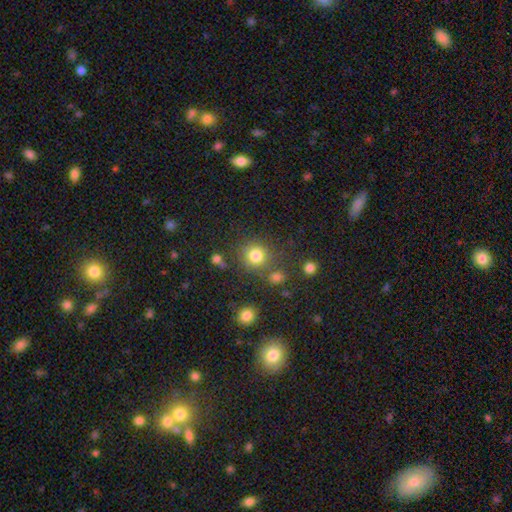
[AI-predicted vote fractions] Smooth or featured? Predicted: smooth (p=0.80). How rounded? Predicted: round (p=0.91). Merging? Predicted: none (p=0.77).